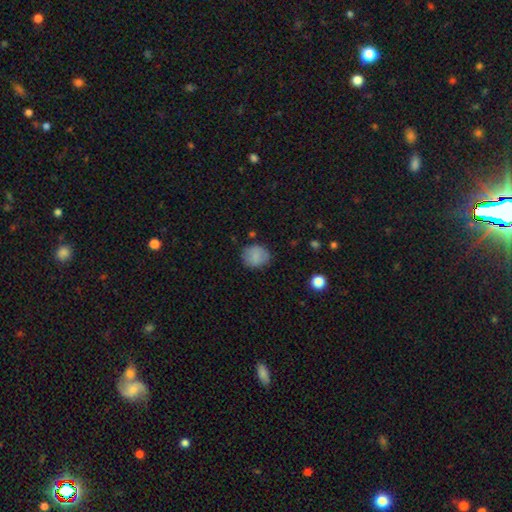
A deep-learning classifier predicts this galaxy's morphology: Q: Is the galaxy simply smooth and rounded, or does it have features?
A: smooth — 82%.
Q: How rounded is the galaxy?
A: round — 74%.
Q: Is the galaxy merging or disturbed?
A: none — 80%.